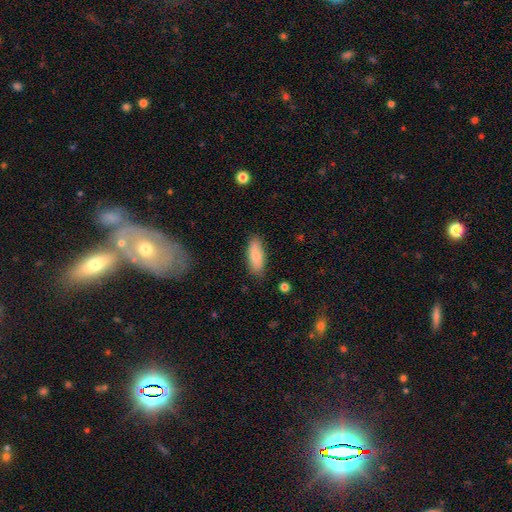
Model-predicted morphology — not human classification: smooth-or-featured: smooth: 81% | featured or disk: 12% | star or artifact: 6%
  how-rounded: in between: 76% | cigar-shaped: 22% | round: 2%
  merging: none: 82% | minor disturbance: 14% | major disturbance: 3% | merger: 1%